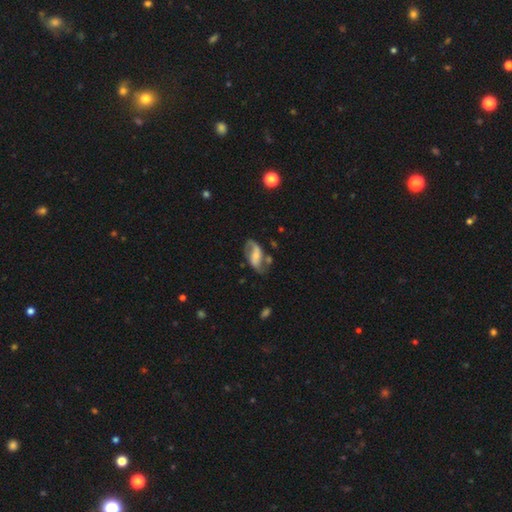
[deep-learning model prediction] featured or disk 74%, smooth 19%, star or artifact 7%. Down the decision tree: edge-on disk — no (95%); bar — weak (37%); spiral arms — yes (90%); spiral arm count — 2 (86%); spiral winding — loose (54%); bulge size — small (45%); merging — none (60%).